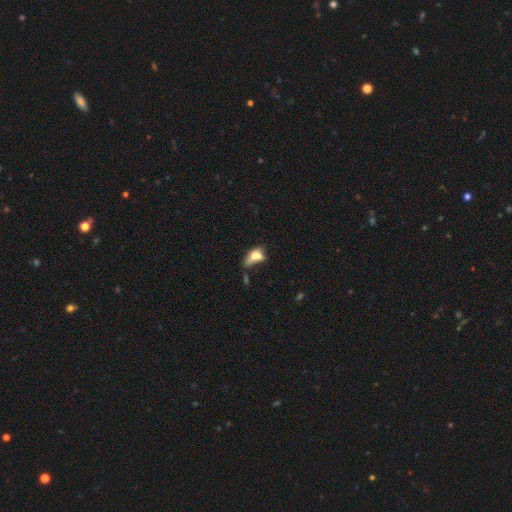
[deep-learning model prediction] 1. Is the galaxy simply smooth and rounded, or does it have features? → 64% smooth, 24% featured or disk, 11% star or artifact.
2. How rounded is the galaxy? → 79% in between, 12% round, 9% cigar-shaped.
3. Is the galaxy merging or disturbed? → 35% major disturbance, 27% minor disturbance, 23% none, 16% merger.